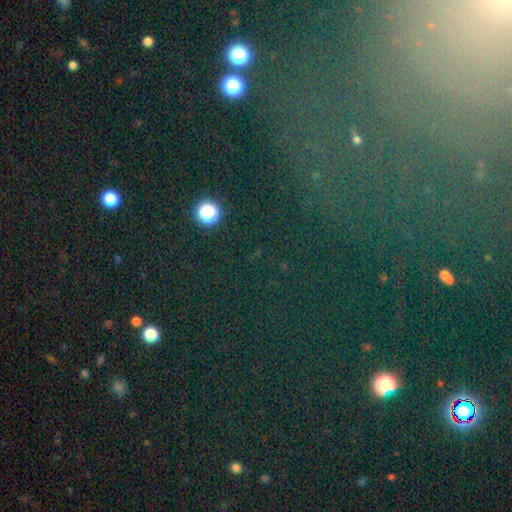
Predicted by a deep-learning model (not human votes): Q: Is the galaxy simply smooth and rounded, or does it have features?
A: star or artifact — 71%.